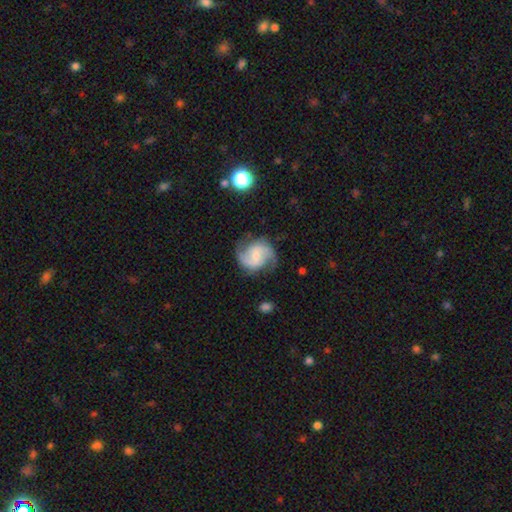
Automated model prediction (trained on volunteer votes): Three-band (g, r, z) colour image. It shows a featured or disk galaxy (84%) with a weak bar (50%), 2 (91%) medium (51%) spiral arms (96%) and a small central bulge (59%). Merging: none (77%).